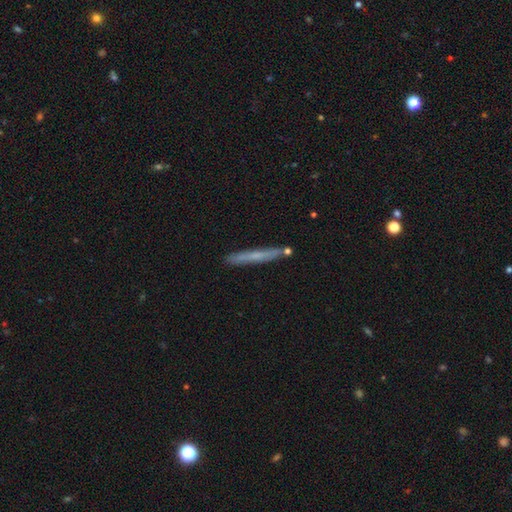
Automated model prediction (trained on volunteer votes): Smooth or featured? smooth (52%)
How rounded? cigar-shaped (96%)
Merging? none (84%)